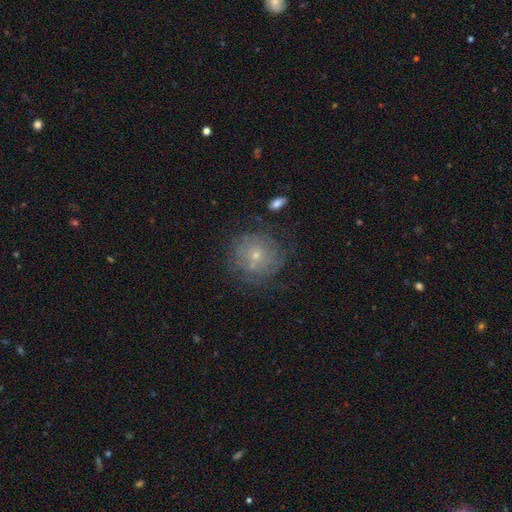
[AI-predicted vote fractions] Morphology: type=featured or disk (45%); merging=none (65%).